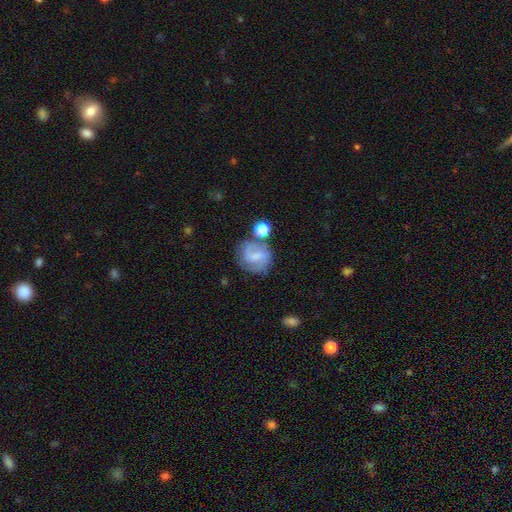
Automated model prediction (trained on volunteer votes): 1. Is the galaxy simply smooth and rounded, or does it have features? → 60% featured or disk, 31% smooth, 9% star or artifact.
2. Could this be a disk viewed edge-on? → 97% no, 3% yes.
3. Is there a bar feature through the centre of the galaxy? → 52% weak, 24% strong, 24% no.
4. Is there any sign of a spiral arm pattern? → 85% yes, 15% no.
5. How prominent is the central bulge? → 42% small, 32% none, 20% moderate, 3% large, 1% dominant.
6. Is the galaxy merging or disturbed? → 61% none, 18% minor disturbance, 12% merger, 9% major disturbance.